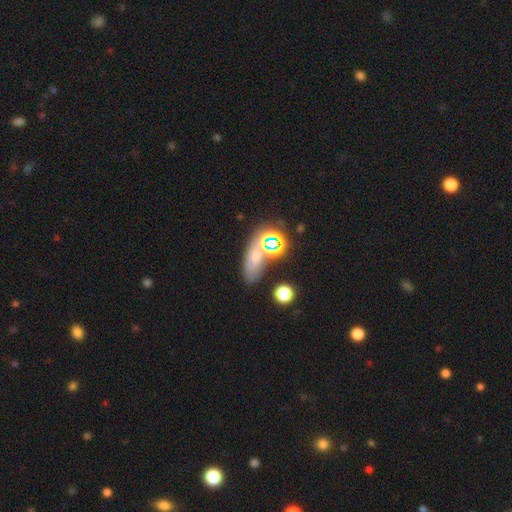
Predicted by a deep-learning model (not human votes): Smooth or featured? smooth (42%)
Merging? none (56%)